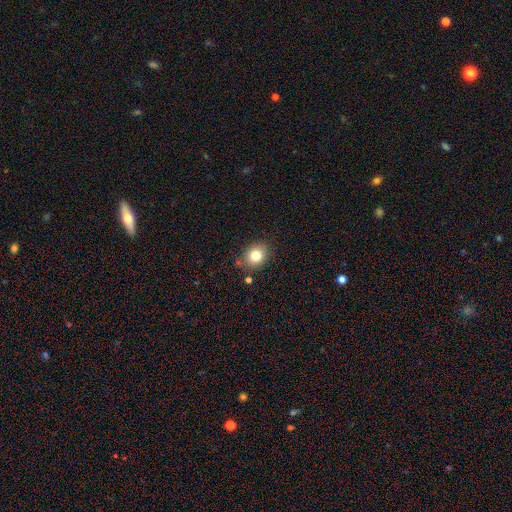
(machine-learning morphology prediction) type=smooth (79%); roundness=round (54%); merging=none (79%).